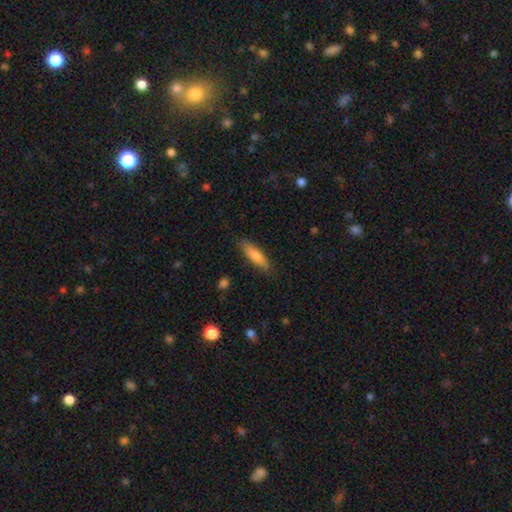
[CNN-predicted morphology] Smooth or featured?
  - smooth: 79% *
  - featured or disk: 15%
  - star or artifact: 6%
How rounded?
  - cigar-shaped: 60% *
  - in between: 39%
  - round: 2%
Merging?
  - none: 82% *
  - minor disturbance: 14%
  - major disturbance: 3%
  - merger: 1%